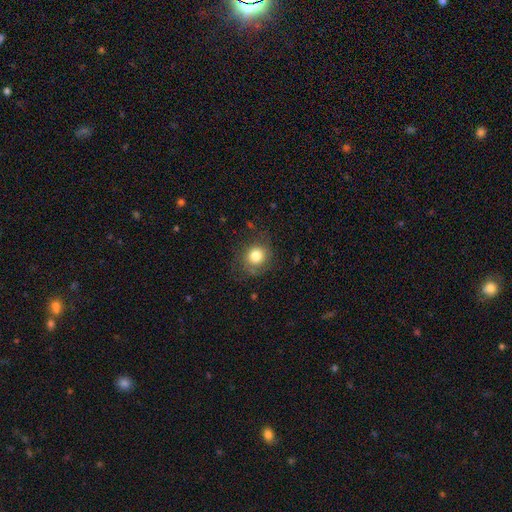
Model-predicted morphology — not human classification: Smooth or featured? Predicted: smooth (p=0.79). How rounded? Predicted: round (p=0.83). Merging? Predicted: none (p=0.77).